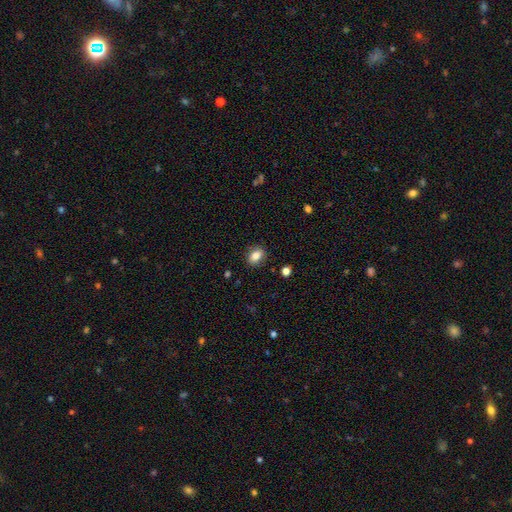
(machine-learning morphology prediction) smooth 80%, featured or disk 11%, star or artifact 9%. Down the decision tree: how rounded — in between (69%); merging — none (86%).